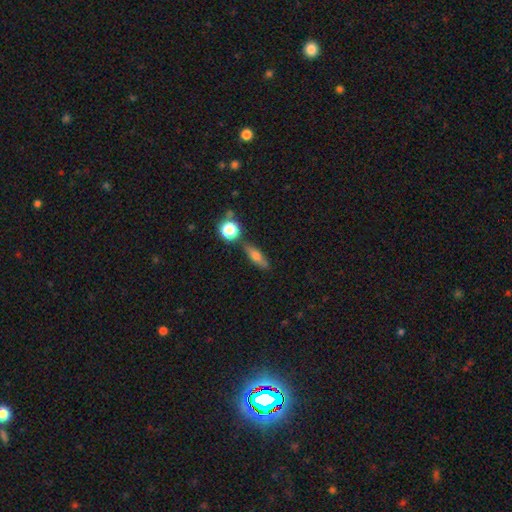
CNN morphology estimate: A smooth galaxy with no disk features (60%) that is cigar-shaped (50%).

Vote fractions:
- Smooth or featured? smooth: 60% / featured or disk: 29% / star or artifact: 11%
- How rounded? cigar-shaped: 50% / in between: 40% / round: 10%
- Merging? none: 76% / minor disturbance: 12% / merger: 9% / major disturbance: 4%